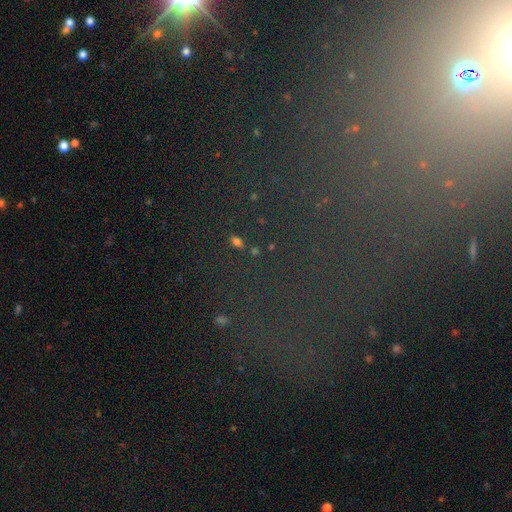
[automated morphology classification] smooth-or-featured: star or artifact: 67% | smooth: 19% | featured or disk: 14%